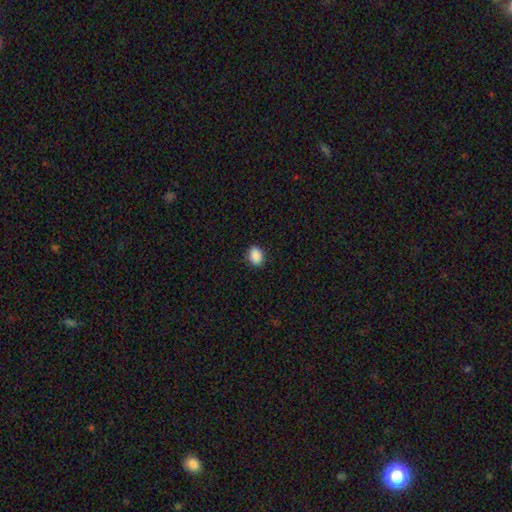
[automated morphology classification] smooth_or_featured: smooth (p=0.90) [alt: star or artifact p=0.08]
how_rounded: in between (p=0.77) [alt: round p=0.22]
merging: none (p=0.89) [alt: minor disturbance p=0.08]